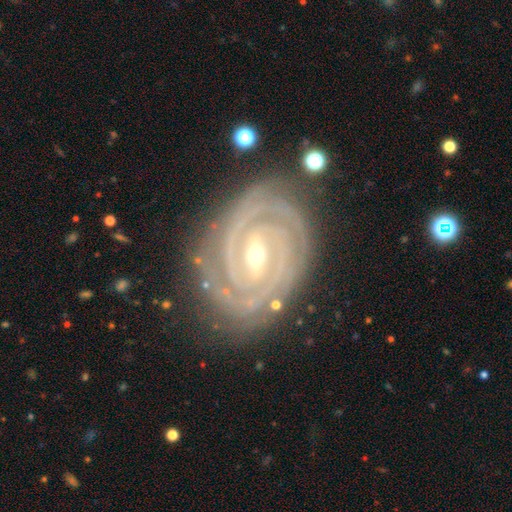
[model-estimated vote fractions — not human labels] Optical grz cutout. It shows a featured or disk galaxy (92%) with a strong bar (45%), 2 (61%) tight (86%) spiral arms (99%) and a small central bulge (57%). Merging: none (82%).